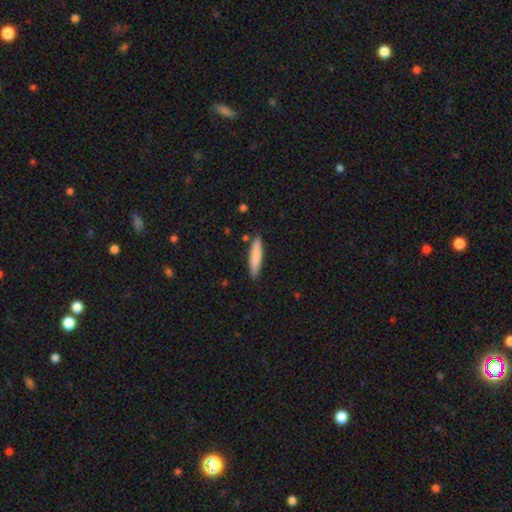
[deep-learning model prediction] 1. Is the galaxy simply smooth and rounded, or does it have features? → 81% smooth, 14% featured or disk, 6% star or artifact.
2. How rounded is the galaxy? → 86% cigar-shaped, 12% in between, 1% round.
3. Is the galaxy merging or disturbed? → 86% none, 10% minor disturbance, 2% merger, 2% major disturbance.